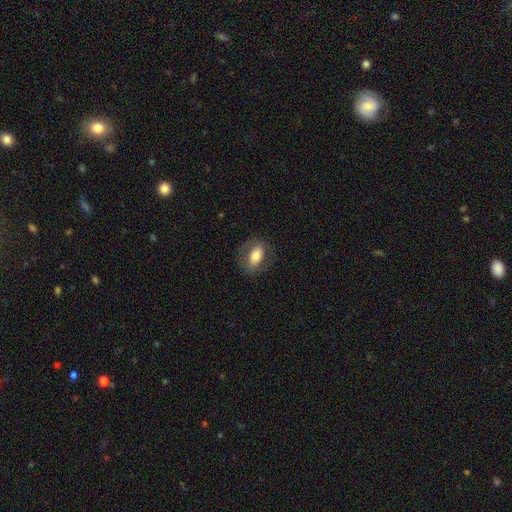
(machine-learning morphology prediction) smooth 64%, featured or disk 29%, star or artifact 7%. Down the decision tree: how rounded — in between (85%); merging — none (78%).